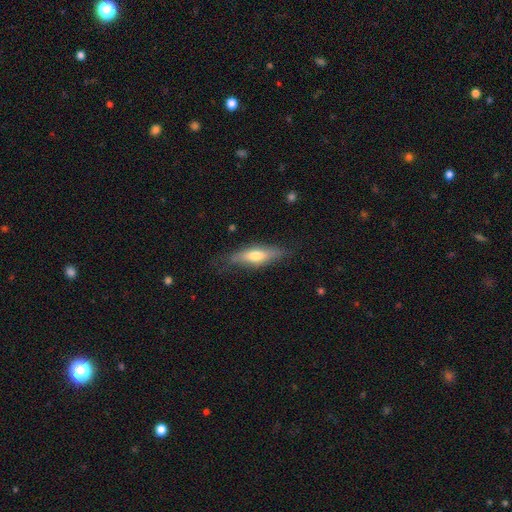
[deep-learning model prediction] Smooth or featured?
  - smooth: 59% *
  - featured or disk: 35%
  - star or artifact: 6%
How rounded?
  - cigar-shaped: 51% *
  - in between: 46%
  - round: 3%
Merging?
  - none: 72% *
  - minor disturbance: 21%
  - major disturbance: 6%
  - merger: 1%